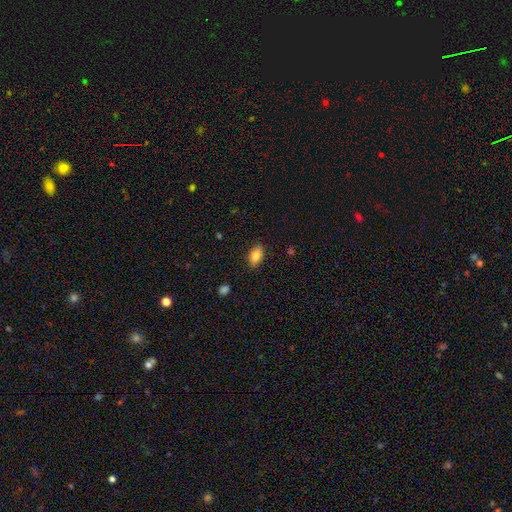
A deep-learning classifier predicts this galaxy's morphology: The model was most divided on "smooth or featured": smooth: 80%, featured or disk: 12%, star or artifact: 8%. More confident: how rounded — in between (88%); merging — none (88%).